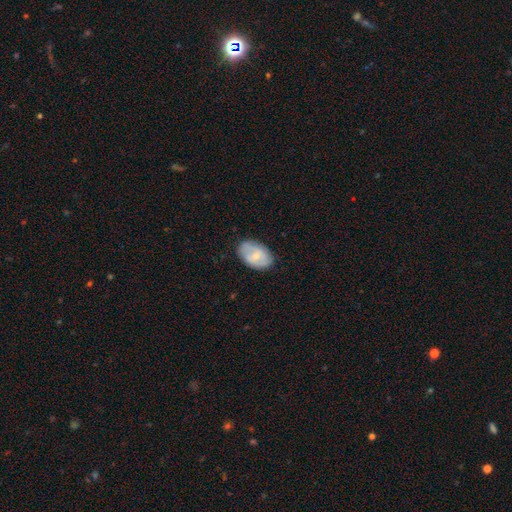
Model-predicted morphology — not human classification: This appears to be a smooth galaxy with no disk features (48%). Merging: none (77%).